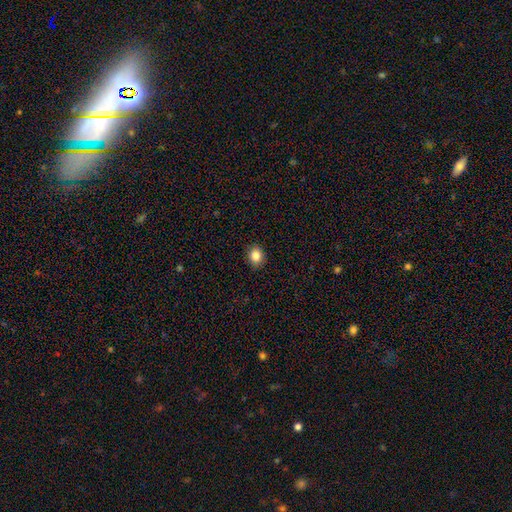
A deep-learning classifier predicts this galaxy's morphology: This is clearly a smooth galaxy (85%). How rounded: likely round (61%). Merging: clearly none (90%).